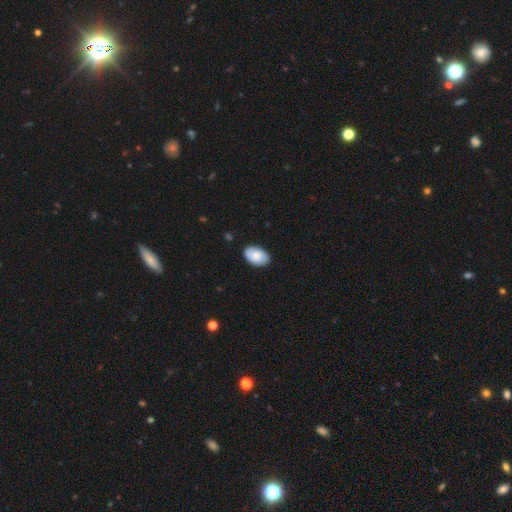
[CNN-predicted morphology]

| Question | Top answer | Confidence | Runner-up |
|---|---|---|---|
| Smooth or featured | smooth | 82% | featured or disk (12%) |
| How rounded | in between | 91% | round (8%) |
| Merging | none | 86% | minor disturbance (11%) |